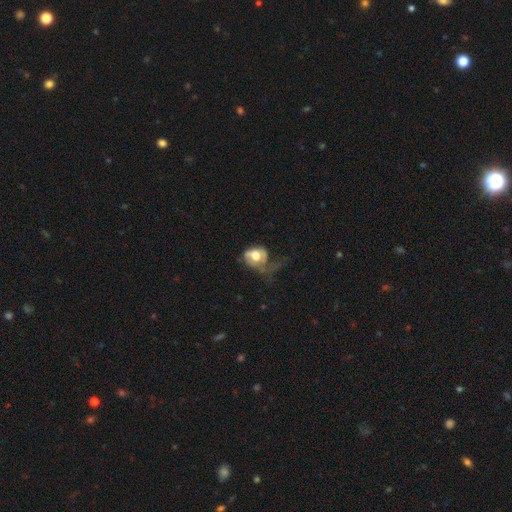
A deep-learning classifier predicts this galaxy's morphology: Smooth or featured: smooth — 47% (featured or disk — 46%)
Merging: major disturbance — 58% (minor disturbance — 20%)